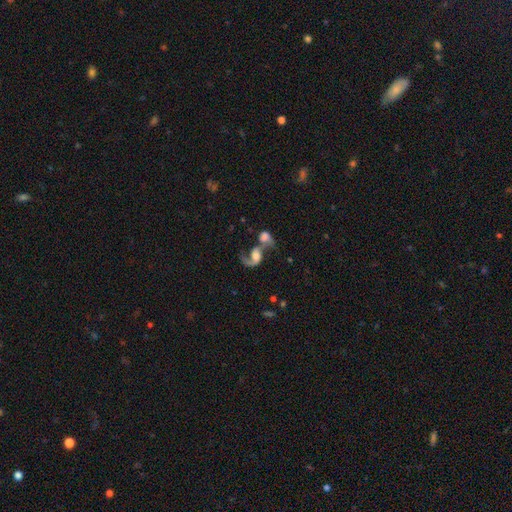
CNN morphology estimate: Smooth or featured: featured or disk — 65% (smooth — 25%)
Edge-on disk: no — 97% (yes — 3%)
Bar: no — 60% (weak — 30%)
Spiral arms: yes — 87% (no — 13%)
Spiral winding: loose — 71% (medium — 22%)
Spiral arm count: 2 — 50% (1 — 44%)
Bulge size: large — 30% (moderate — 29%)
Merging: merger — 70% (major disturbance — 12%)